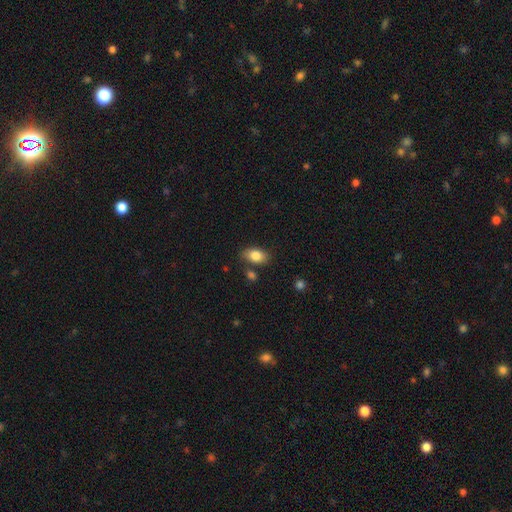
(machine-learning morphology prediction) smooth_or_featured: smooth (p=0.83) [alt: featured or disk p=0.09]
how_rounded: in between (p=0.87) [alt: round p=0.11]
merging: none (p=0.77) [alt: minor disturbance p=0.14]